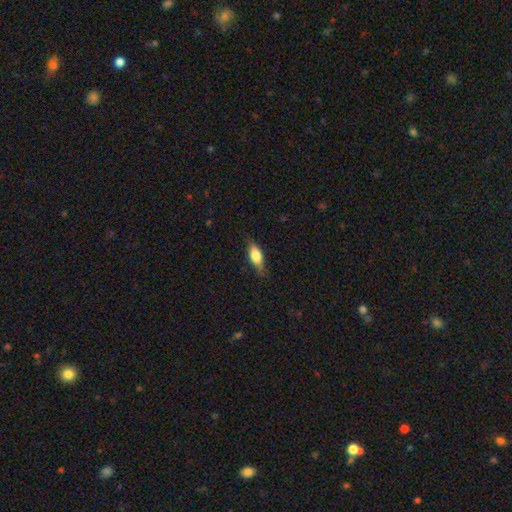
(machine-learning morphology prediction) smooth-or-featured: smooth: 72% | featured or disk: 21% | star or artifact: 7%
  how-rounded: in between: 76% | cigar-shaped: 20% | round: 4%
  merging: none: 74% | minor disturbance: 20% | major disturbance: 4% | merger: 1%